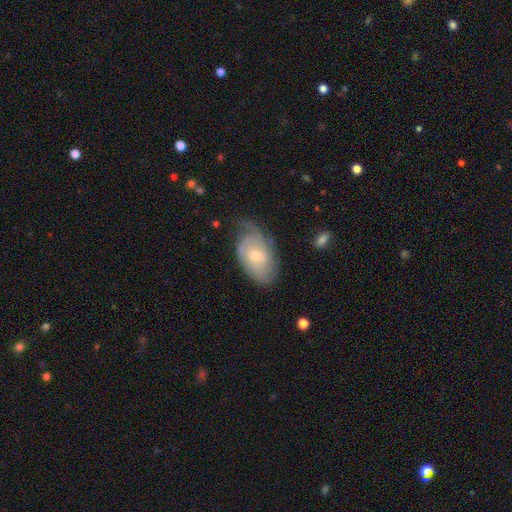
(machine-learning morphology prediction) This is likely a featured or disk galaxy (70%). It is clearly not viewed edge-on (94%). Bar: likely no (76%). Spiral arm pattern: clearly yes (88%). Spiral arm count: marginally can't tell (44%). Spiral winding: possibly tight (59%). Central bulge: possibly small (50%). Merging: possibly none (58%).